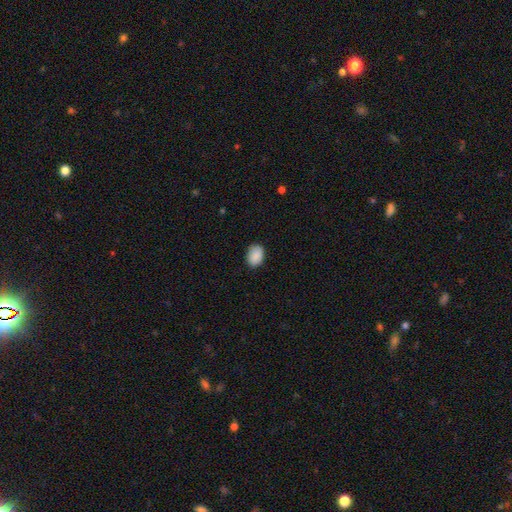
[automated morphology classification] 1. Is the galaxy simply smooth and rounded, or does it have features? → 89% smooth, 7% star or artifact, 3% featured or disk.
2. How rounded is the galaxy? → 73% in between, 26% round, 1% cigar-shaped.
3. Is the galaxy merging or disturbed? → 83% none, 13% minor disturbance, 3% major disturbance, 1% merger.